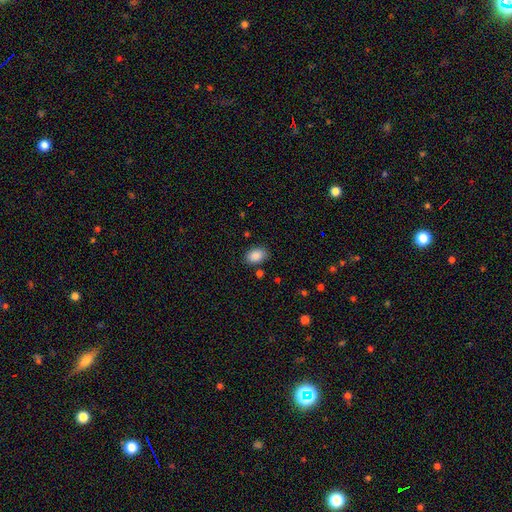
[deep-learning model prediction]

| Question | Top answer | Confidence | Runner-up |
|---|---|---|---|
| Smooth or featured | smooth | 88% | star or artifact (8%) |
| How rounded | in between | 84% | round (15%) |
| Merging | none | 82% | minor disturbance (12%) |